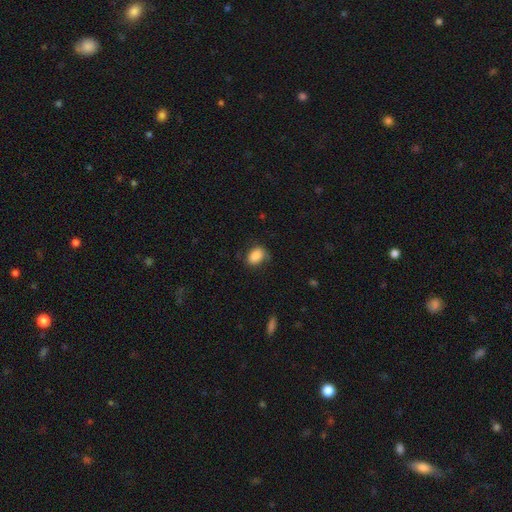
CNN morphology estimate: Overall: smooth (86%). How rounded: in between (83%). Merging: none (72%).